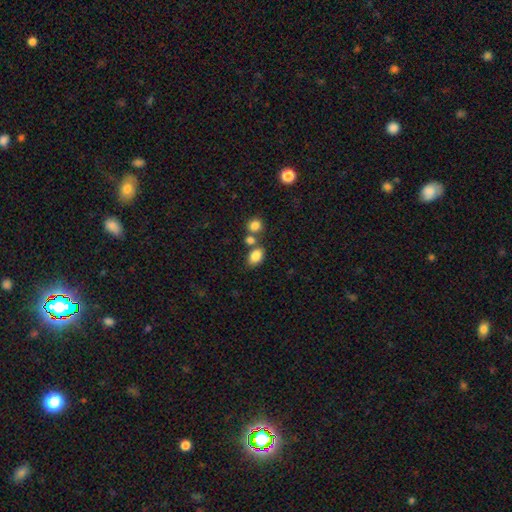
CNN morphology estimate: smooth_or_featured: smooth (p=0.84) [alt: star or artifact p=0.09]
how_rounded: in between (p=0.81) [alt: round p=0.17]
merging: none (p=0.60) [alt: merger p=0.24]